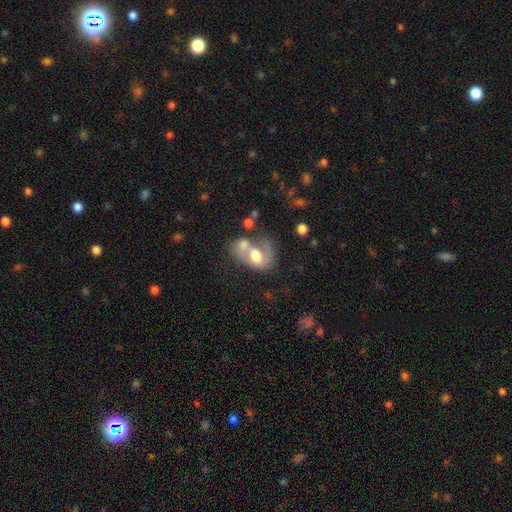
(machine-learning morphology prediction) A featured or disk galaxy (49%). Merging: merger (53%).